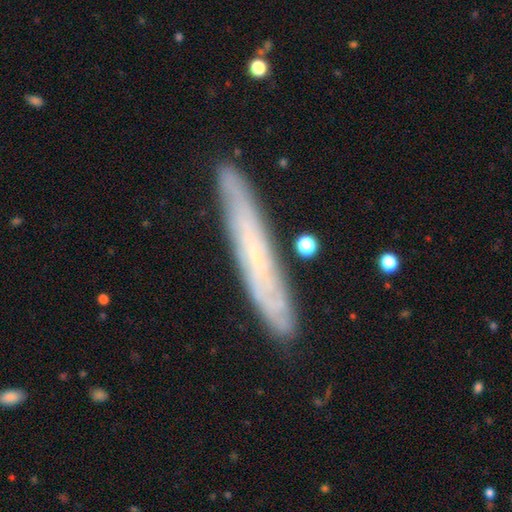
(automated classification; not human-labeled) smooth_or_featured: featured or disk (p=0.57) [alt: smooth p=0.35]
disk_edge_on: yes (p=0.68) [alt: no p=0.32]
merging: none (p=0.85) [alt: minor disturbance p=0.10]